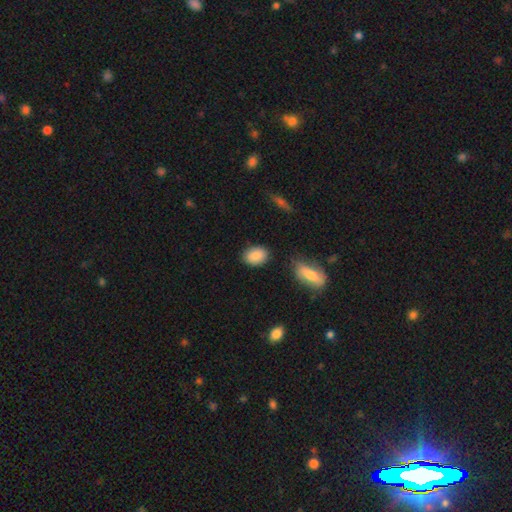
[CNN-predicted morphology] Smooth or featured: smooth — 86% (star or artifact — 7%)
How rounded: in between — 78% (round — 21%)
Merging: none — 82% (minor disturbance — 12%)